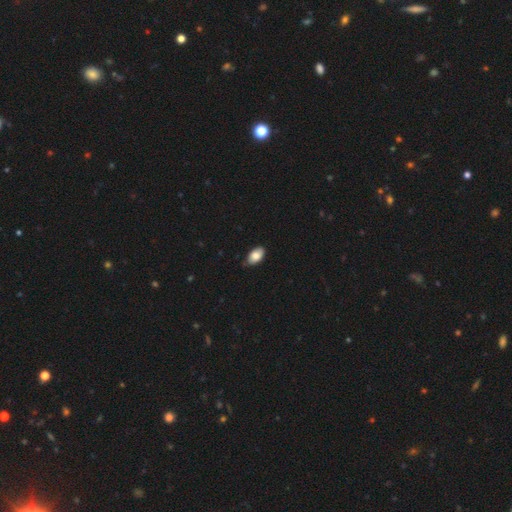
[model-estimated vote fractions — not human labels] A smooth galaxy with no disk features (81%) that is in between round and cigar-shaped (93%). Merging: none (70%).